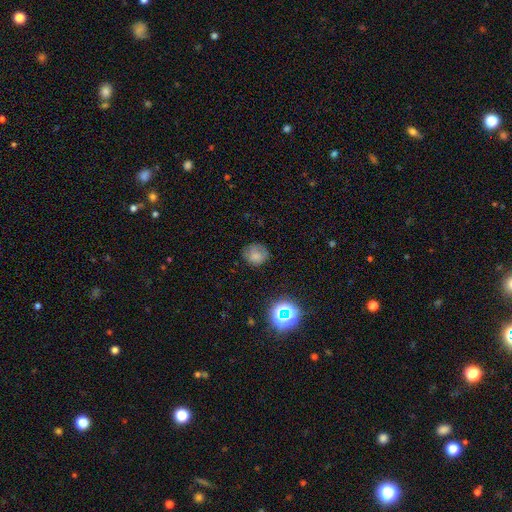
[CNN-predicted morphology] Smooth or featured? Predicted: smooth (p=0.72). How rounded? Predicted: round (p=0.78). Merging? Predicted: none (p=0.71).